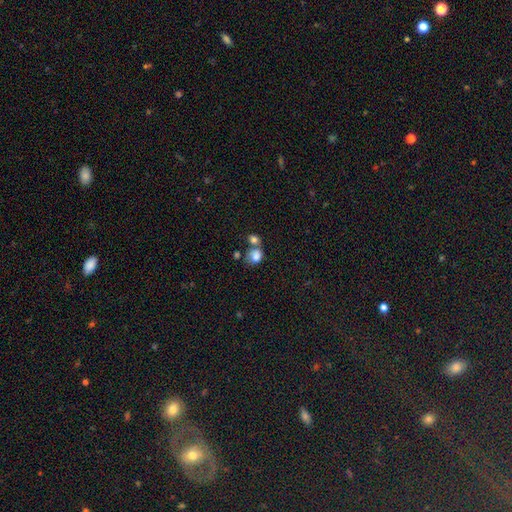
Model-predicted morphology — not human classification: type=smooth (81%); roundness=round (51%); merging=merger (43%).